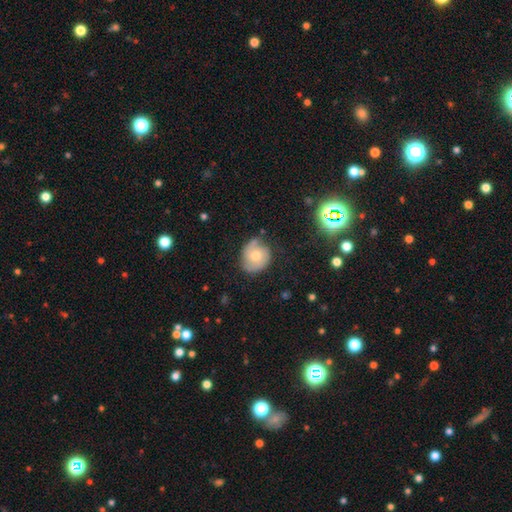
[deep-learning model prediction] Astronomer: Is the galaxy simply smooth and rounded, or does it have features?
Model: smooth — 49% (runner-up: featured or disk, 42%).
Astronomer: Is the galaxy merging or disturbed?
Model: none — 66%.